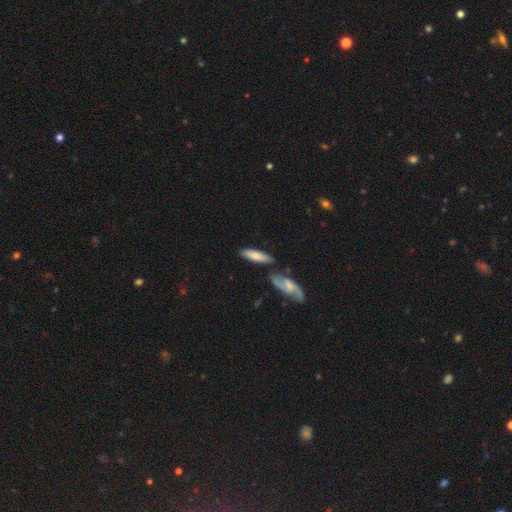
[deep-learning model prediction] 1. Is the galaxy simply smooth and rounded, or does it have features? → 71% smooth, 23% featured or disk, 6% star or artifact.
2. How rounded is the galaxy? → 54% cigar-shaped, 44% in between, 2% round.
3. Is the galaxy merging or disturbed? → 68% none, 15% minor disturbance, 14% merger, 4% major disturbance.